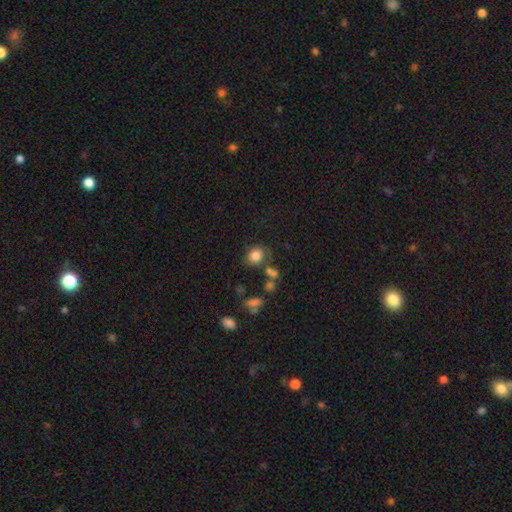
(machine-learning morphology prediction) smooth 82%, star or artifact 11%, featured or disk 8%. Down the decision tree: how rounded — round (61%); merging — none (67%).